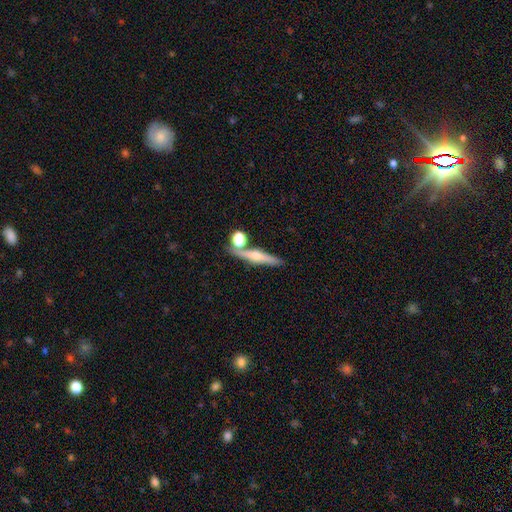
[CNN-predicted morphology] Q: Smooth or featured?
A: featured or disk (53%); runner-up: smooth (39%)
Q: Edge-on disk?
A: yes (94%); runner-up: no (6%)
Q: Merging?
A: none (72%); runner-up: merger (14%)